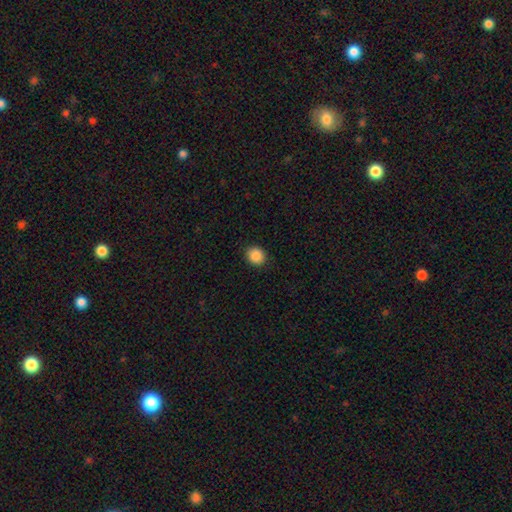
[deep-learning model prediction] Morphology: type=smooth (88%); roundness=round (76%); merging=none (90%).